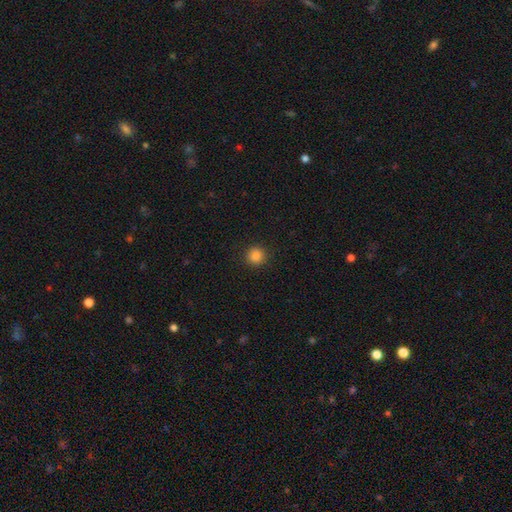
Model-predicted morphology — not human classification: type=smooth (85%); roundness=round (94%); merging=none (91%).